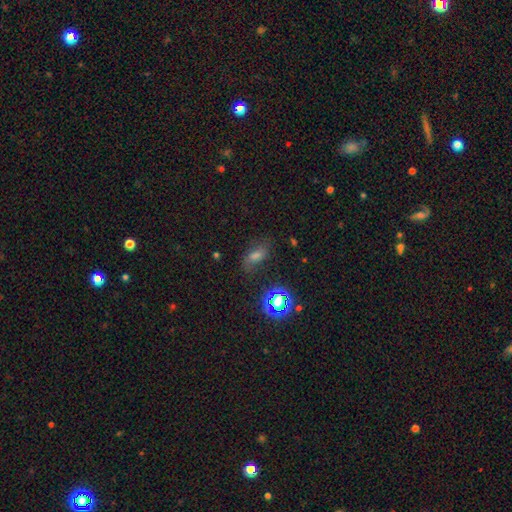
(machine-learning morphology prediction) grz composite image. It shows a smooth galaxy with no disk features (50%) that is in between round and cigar-shaped (74%). Merging: none (71%).